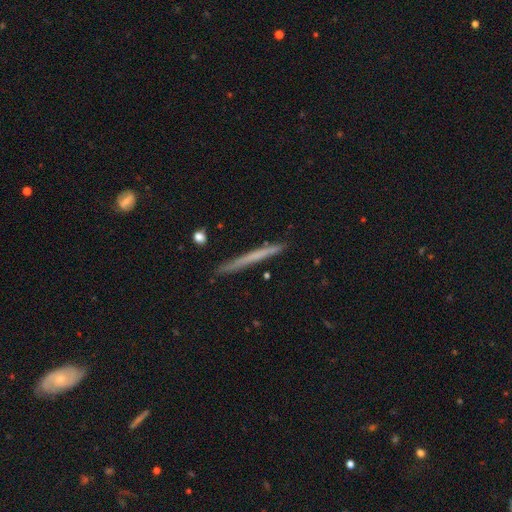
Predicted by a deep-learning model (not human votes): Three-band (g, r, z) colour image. It shows a smooth galaxy with no disk features (52%) that is cigar-shaped (97%). Merging: none (88%).